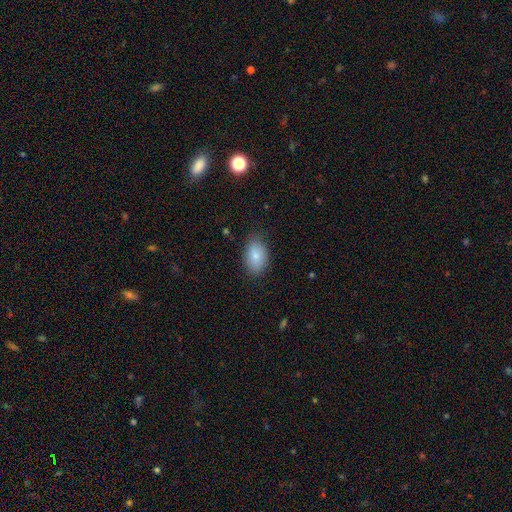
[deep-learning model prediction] smooth-or-featured: smooth: 82% | featured or disk: 11% | star or artifact: 8%
  how-rounded: in between: 88% | round: 10% | cigar-shaped: 1%
  merging: none: 78% | minor disturbance: 17% | major disturbance: 4% | merger: 1%